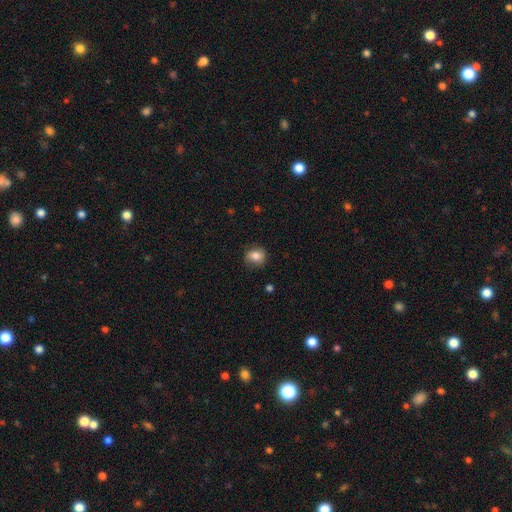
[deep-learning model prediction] This is likely a smooth galaxy (77%). How rounded: likely round (72%). Merging: likely none (74%).